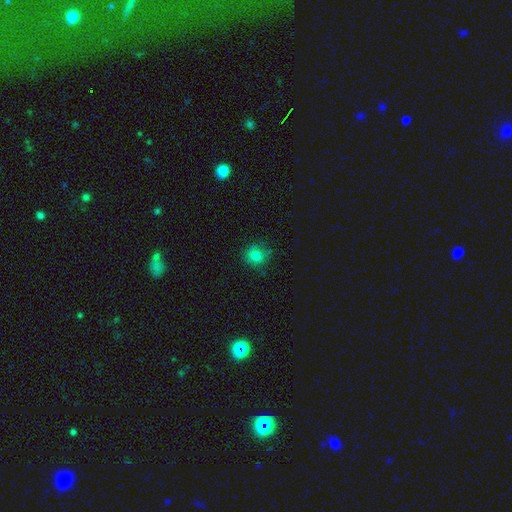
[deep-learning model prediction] The model was most divided on "merging": none: 80%, minor disturbance: 15%, major disturbance: 4%, merger: 1%. More confident: how rounded — round (87%); smooth or featured — smooth (80%).